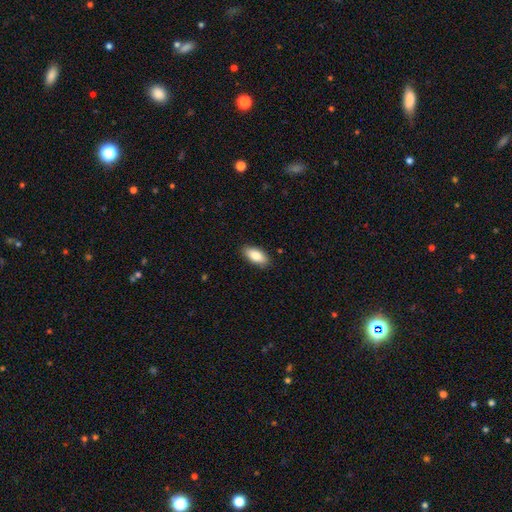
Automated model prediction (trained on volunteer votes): Q: Smooth or featured?
A: smooth (82%); runner-up: featured or disk (12%)
Q: How rounded?
A: in between (88%); runner-up: cigar-shaped (9%)
Q: Merging?
A: none (88%); runner-up: minor disturbance (9%)